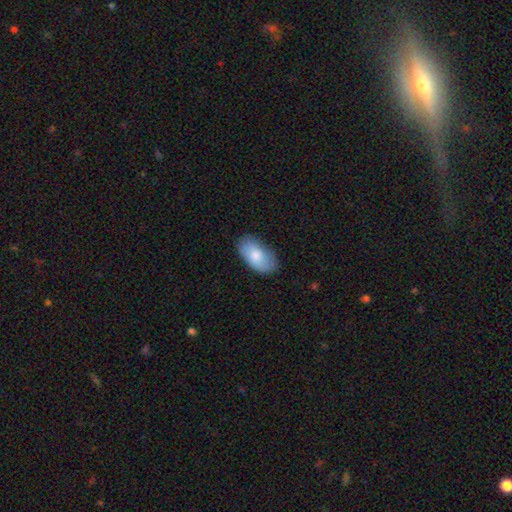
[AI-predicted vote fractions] Overall: smooth (77%). How rounded: in between (94%). Merging: none (80%).